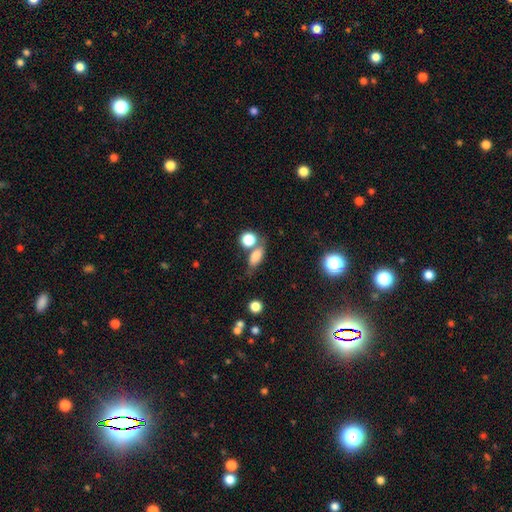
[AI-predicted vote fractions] Q: Smooth or featured?
A: smooth (77%); runner-up: featured or disk (12%)
Q: How rounded?
A: in between (72%); runner-up: round (15%)
Q: Merging?
A: none (53%); runner-up: merger (23%)